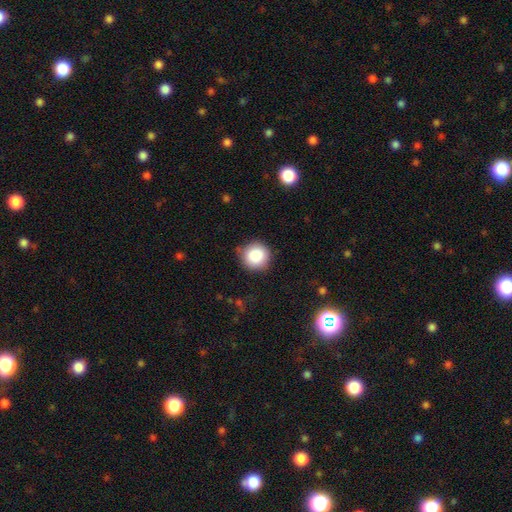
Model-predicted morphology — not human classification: The model was most divided on "merging": none: 84%, minor disturbance: 11%, major disturbance: 3%, merger: 1%. More confident: how rounded — round (94%); smooth or featured — smooth (87%).